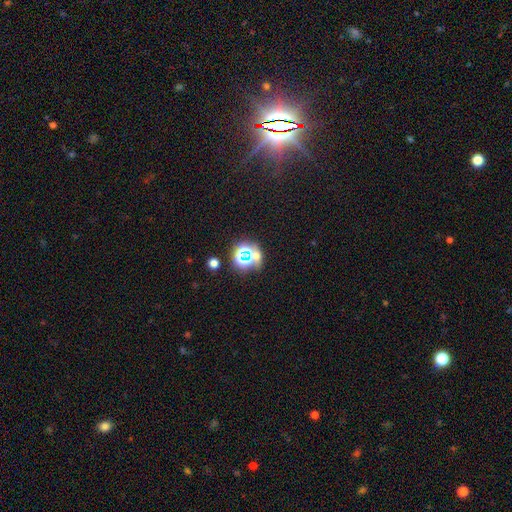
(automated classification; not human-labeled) Overall: star or artifact (57%; smooth 31%).